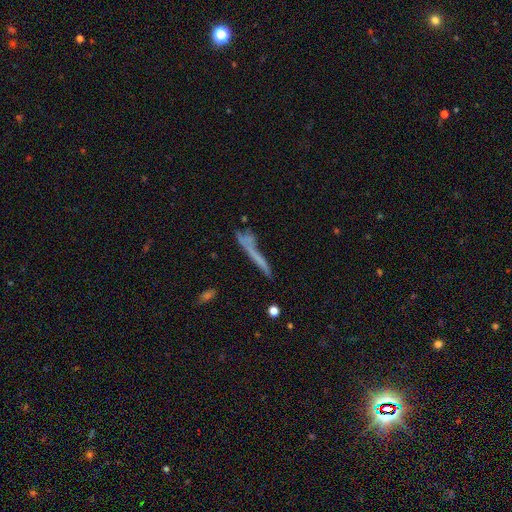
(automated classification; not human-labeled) Smooth or featured: smooth — 50% (featured or disk — 37%)
How rounded: cigar-shaped — 93% (in between — 5%)
Merging: none — 57% (minor disturbance — 18%)